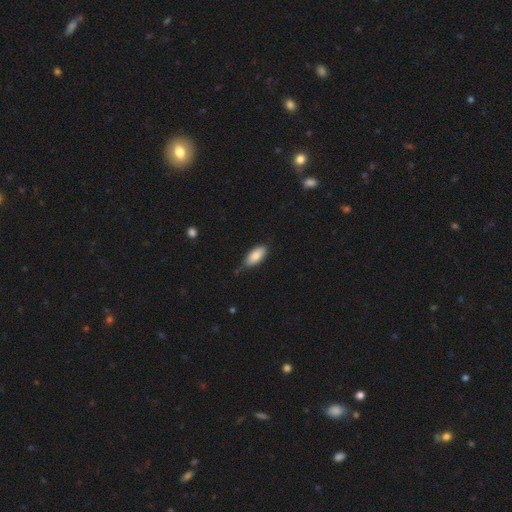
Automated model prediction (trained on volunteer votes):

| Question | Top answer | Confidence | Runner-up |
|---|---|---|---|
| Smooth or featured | smooth | 85% | featured or disk (9%) |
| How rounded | in between | 85% | cigar-shaped (14%) |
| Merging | none | 71% | minor disturbance (24%) |